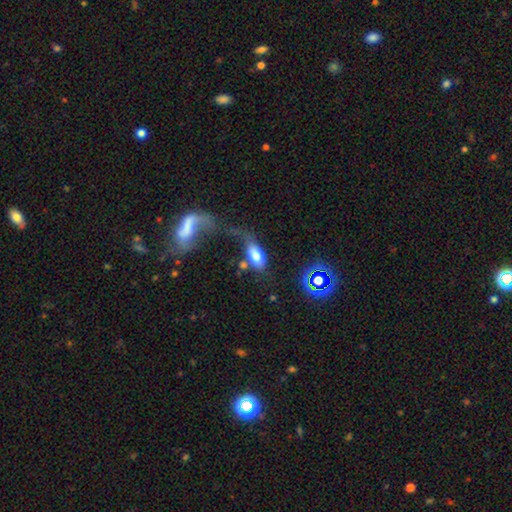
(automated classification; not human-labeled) Q: Smooth or featured?
A: smooth (76%); runner-up: featured or disk (15%)
Q: How rounded?
A: in between (90%); runner-up: cigar-shaped (5%)
Q: Merging?
A: none (34%); runner-up: merger (24%)